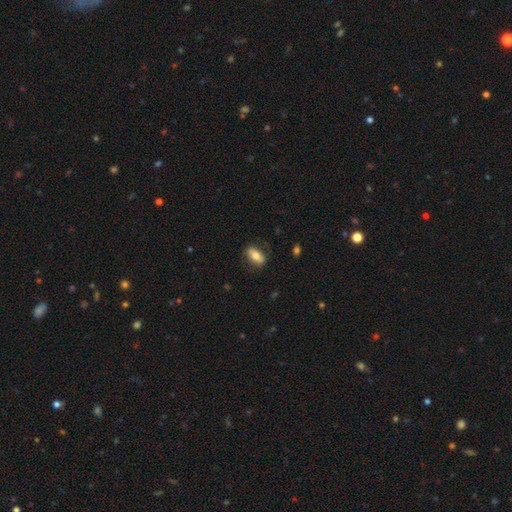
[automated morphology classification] Smooth or featured: smooth — 67% (featured or disk — 26%)
How rounded: in between — 82% (cigar-shaped — 13%)
Merging: none — 78% (minor disturbance — 16%)